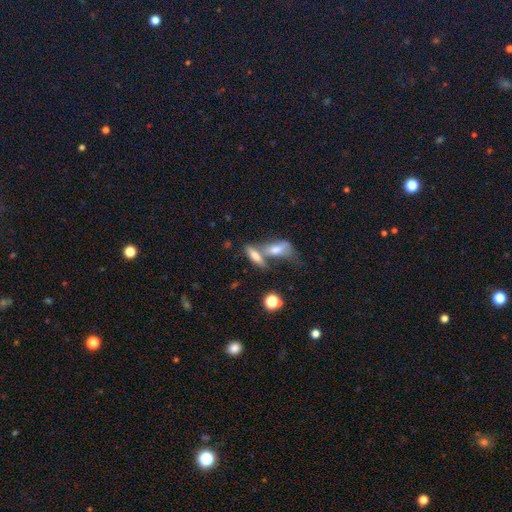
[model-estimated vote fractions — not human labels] smooth_or_featured: smooth (p=0.60) [alt: featured or disk p=0.30]
how_rounded: in between (p=0.54) [alt: cigar-shaped p=0.42]
merging: merger (p=0.53) [alt: none p=0.32]